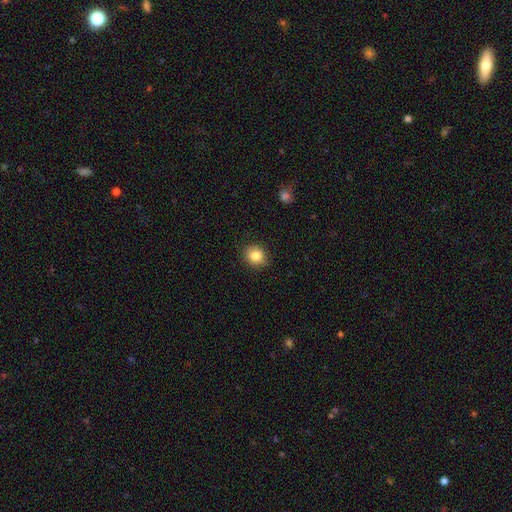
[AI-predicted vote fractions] Smooth or featured?
  - smooth: 84% *
  - star or artifact: 10%
  - featured or disk: 6%
How rounded?
  - round: 75% *
  - in between: 24%
  - cigar-shaped: 1%
Merging?
  - none: 88% *
  - minor disturbance: 9%
  - major disturbance: 2%
  - merger: 1%